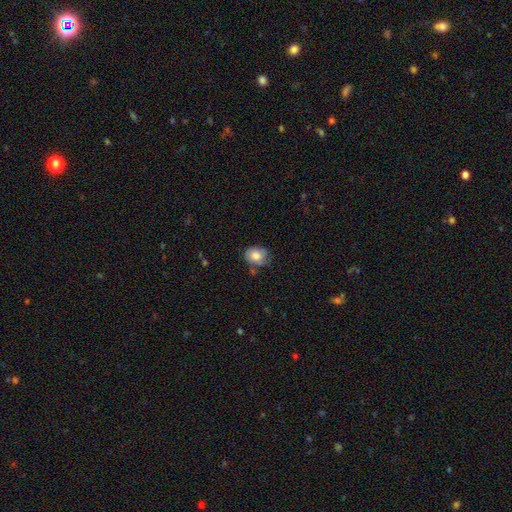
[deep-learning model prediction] Smooth or featured? smooth (69%)
How rounded? round (61%)
Merging? none (61%)